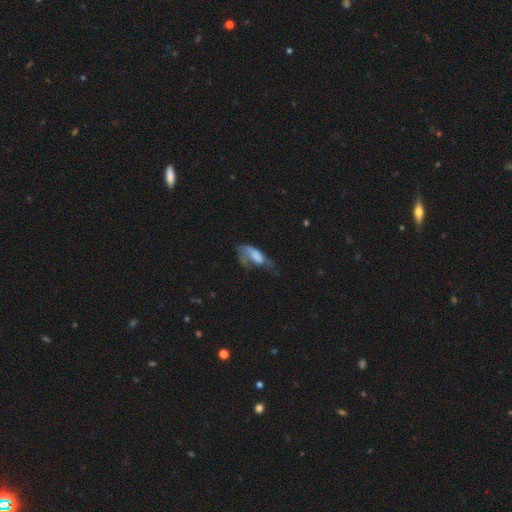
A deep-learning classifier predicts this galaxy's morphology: Q: Smooth or featured?
A: smooth (54%); runner-up: featured or disk (37%)
Q: How rounded?
A: in between (79%); runner-up: cigar-shaped (17%)
Q: Merging?
A: major disturbance (51%); runner-up: minor disturbance (23%)